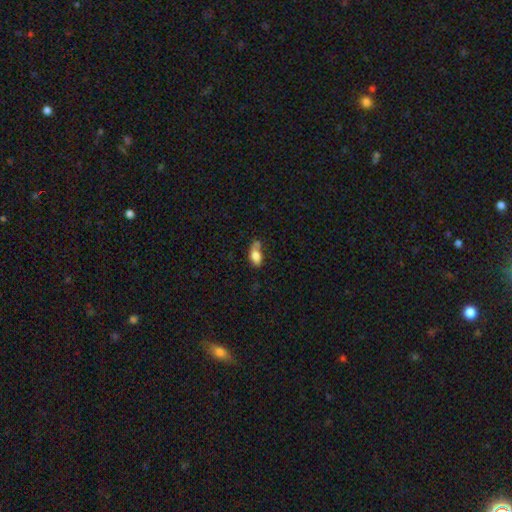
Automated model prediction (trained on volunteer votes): Smooth or featured?
  - smooth: 79% *
  - featured or disk: 13%
  - star or artifact: 8%
How rounded?
  - in between: 86% *
  - round: 8%
  - cigar-shaped: 6%
Merging?
  - none: 39% *
  - minor disturbance: 29%
  - merger: 19%
  - major disturbance: 13%